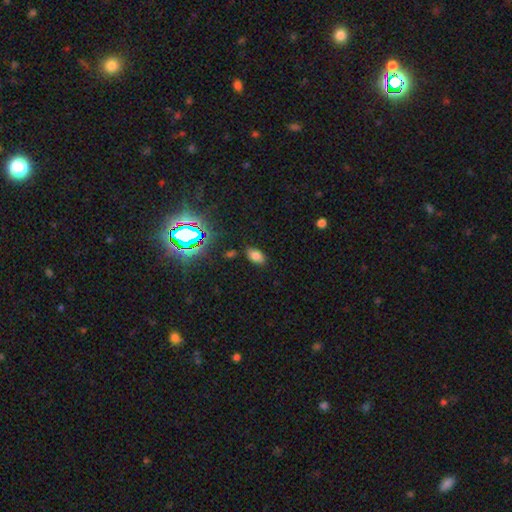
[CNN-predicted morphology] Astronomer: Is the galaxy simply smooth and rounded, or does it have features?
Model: smooth — 73%.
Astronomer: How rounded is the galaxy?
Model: in between — 90%.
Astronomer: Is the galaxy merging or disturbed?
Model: none — 84%.